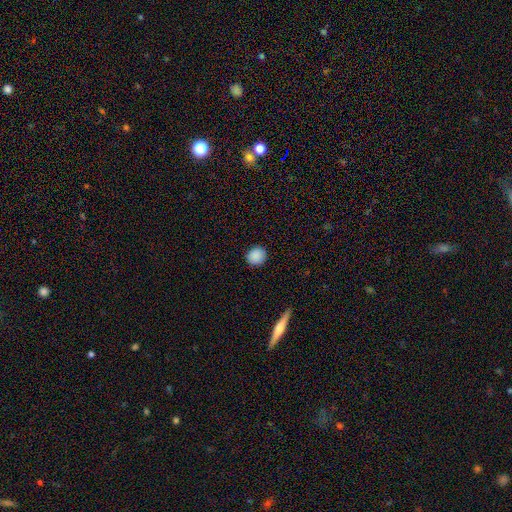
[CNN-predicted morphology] Smooth or featured?
  - smooth: 89% *
  - star or artifact: 8%
  - featured or disk: 3%
How rounded?
  - round: 87% *
  - in between: 12%
  - cigar-shaped: 1%
Merging?
  - none: 89% *
  - minor disturbance: 8%
  - major disturbance: 2%
  - merger: 1%